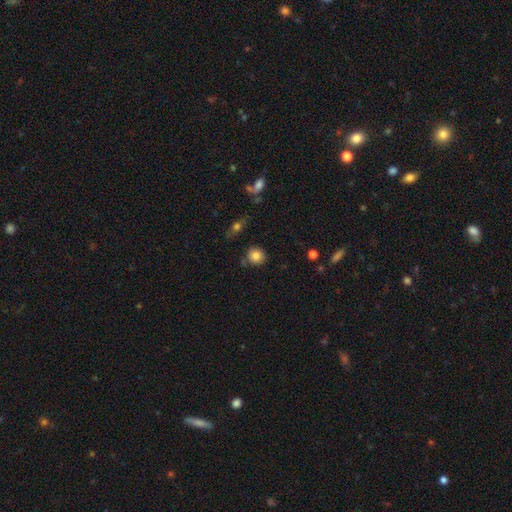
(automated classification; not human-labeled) This is clearly a smooth galaxy (84%). How rounded: clearly round (87%). Merging: clearly none (80%).